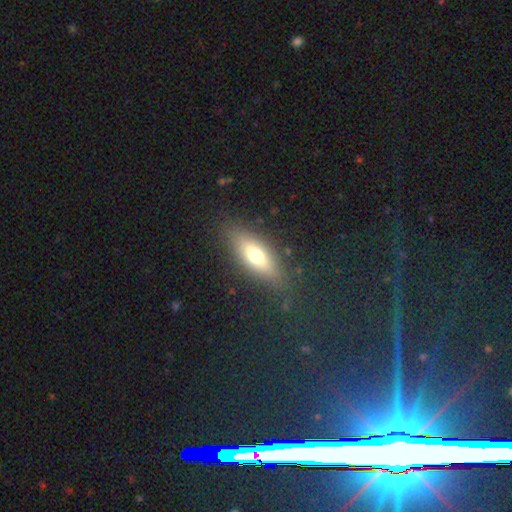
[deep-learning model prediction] smooth-or-featured: smooth: 63% | featured or disk: 28% | star or artifact: 8%
  how-rounded: in between: 64% | cigar-shaped: 32% | round: 4%
  merging: none: 81% | minor disturbance: 13% | major disturbance: 5% | merger: 2%